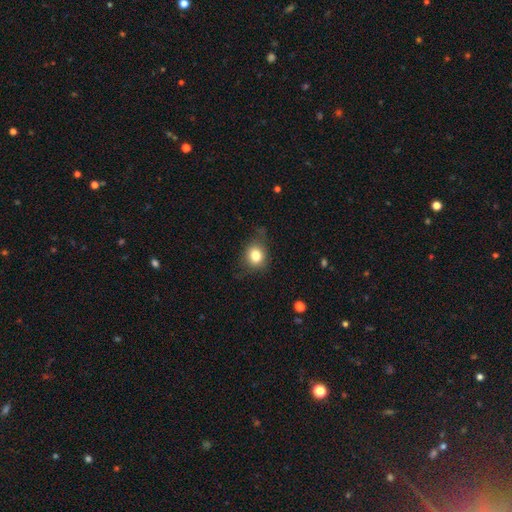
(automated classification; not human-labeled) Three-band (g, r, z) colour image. It shows a smooth galaxy with no disk features (81%) that is round (71%). Merging: none (69%).